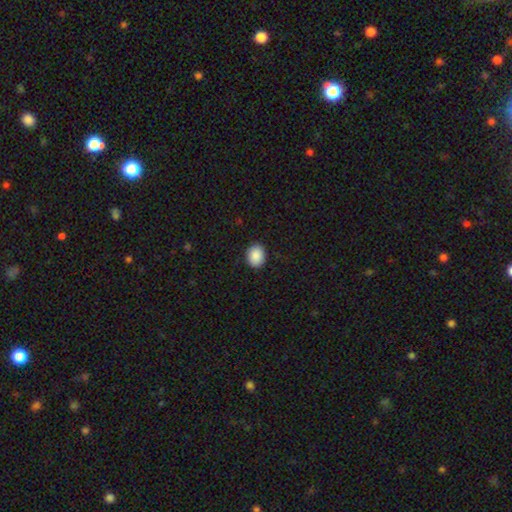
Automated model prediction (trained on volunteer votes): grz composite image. It shows a smooth galaxy with no disk features (90%) that is round (50%, tied with in between). Merging: none (89%).